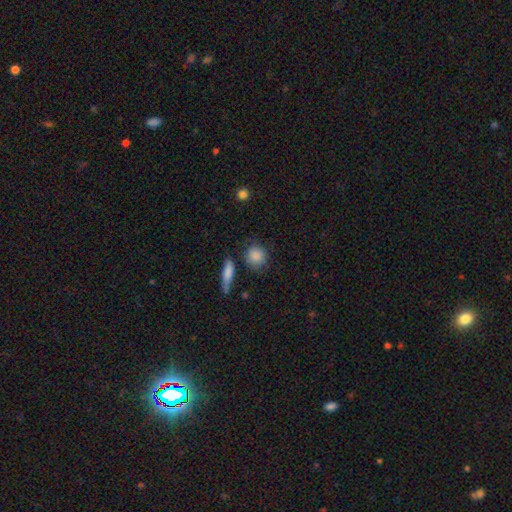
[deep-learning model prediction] Smooth or featured: smooth — 86% (star or artifact — 8%)
How rounded: round — 81% (in between — 16%)
Merging: none — 76% (minor disturbance — 14%)